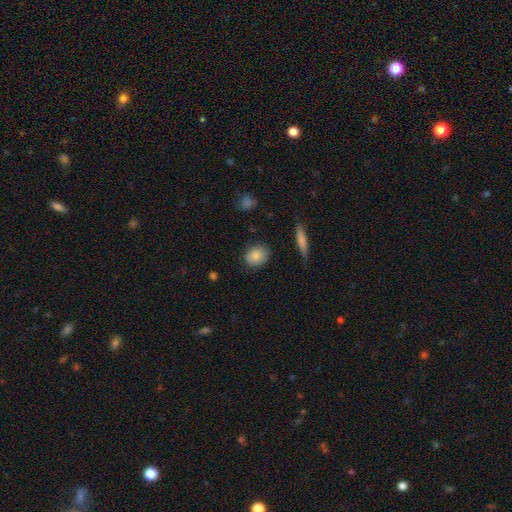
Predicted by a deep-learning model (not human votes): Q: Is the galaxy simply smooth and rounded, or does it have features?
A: smooth — 84%.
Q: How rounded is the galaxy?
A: round — 51%.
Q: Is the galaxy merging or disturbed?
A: none — 83%.